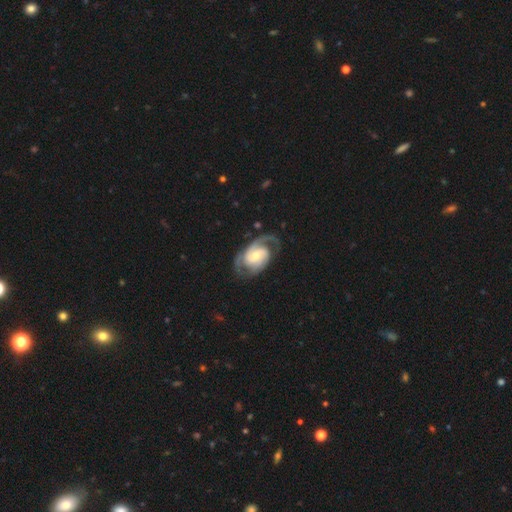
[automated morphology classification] This appears to be a featured or disk galaxy (86%) with no bar (48%), 2 (70%) medium (46%) spiral arms (96%) and a moderate central bulge (48%). Merging: none (66%).